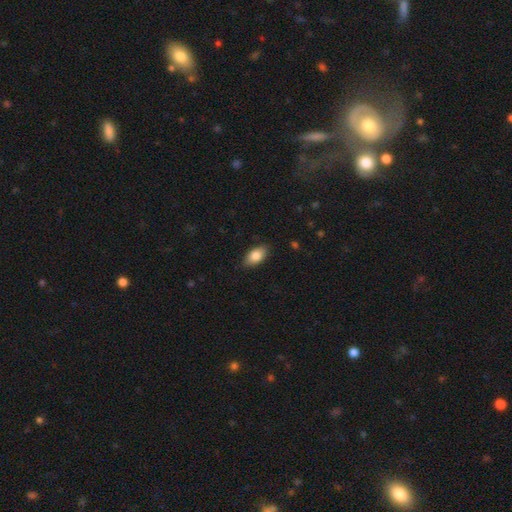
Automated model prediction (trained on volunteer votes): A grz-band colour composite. It shows a smooth galaxy with no disk features (84%) that is in between round and cigar-shaped (92%). Merging: none (86%).